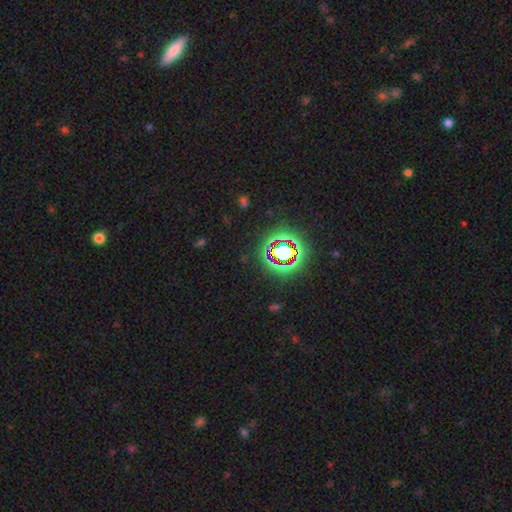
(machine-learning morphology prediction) smooth_or_featured: star or artifact (p=0.78) [alt: smooth p=0.13]